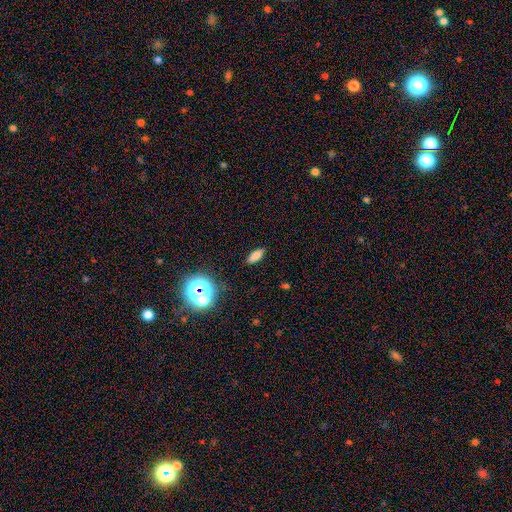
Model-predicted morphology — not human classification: Overall: smooth (73%). How rounded: in between (70%). Merging: none (87%).